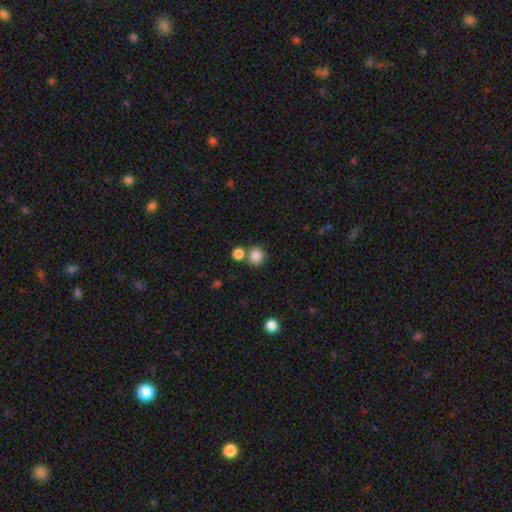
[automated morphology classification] smooth 85%, star or artifact 10%, featured or disk 4%. Down the decision tree: how rounded — round (88%); merging — none (64%).